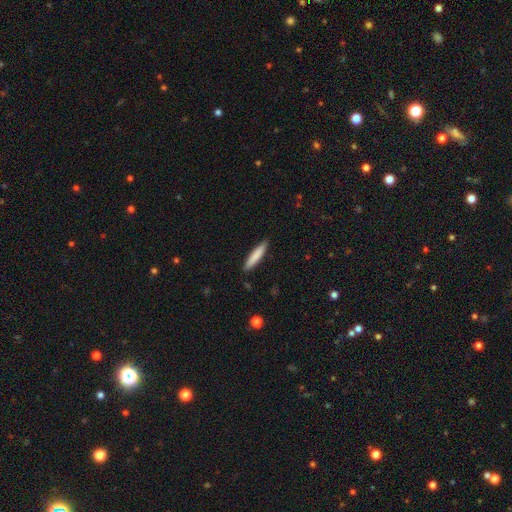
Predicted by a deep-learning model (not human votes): A smooth galaxy with no disk features (82%) that is cigar-shaped (89%). Merging: none (89%).